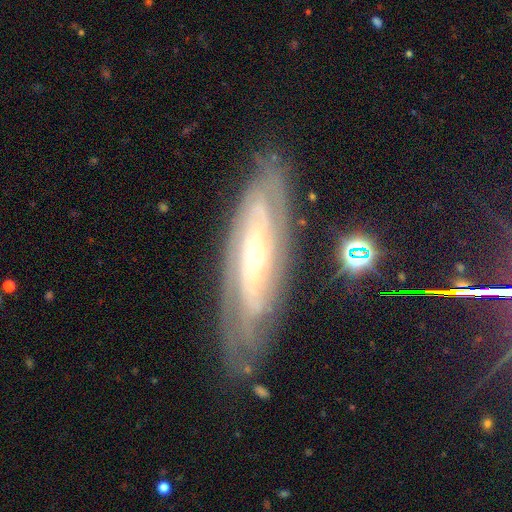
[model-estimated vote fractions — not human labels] Overall: featured or disk (83%). Edge-on disk: no (81%). Bar: no (65%). Spiral arms: yes (90%). Spiral arm count: can't tell (53%; 2 19%). Spiral winding: tight (73%). Bulge size: small (74%). Merging: none (79%).